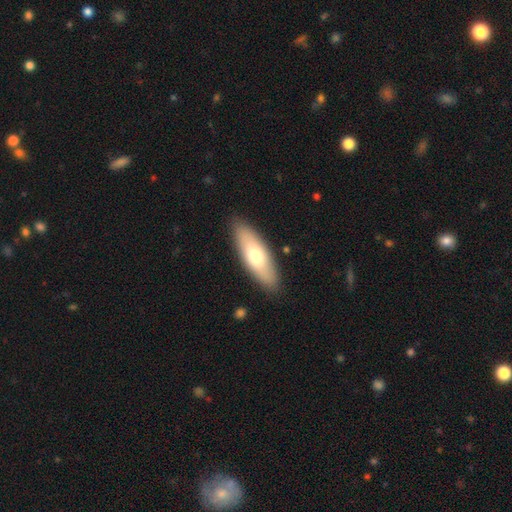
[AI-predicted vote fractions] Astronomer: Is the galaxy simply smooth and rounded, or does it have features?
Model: smooth — 67%.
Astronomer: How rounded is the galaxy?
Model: in between — 62%.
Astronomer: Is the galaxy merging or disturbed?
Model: none — 88%.